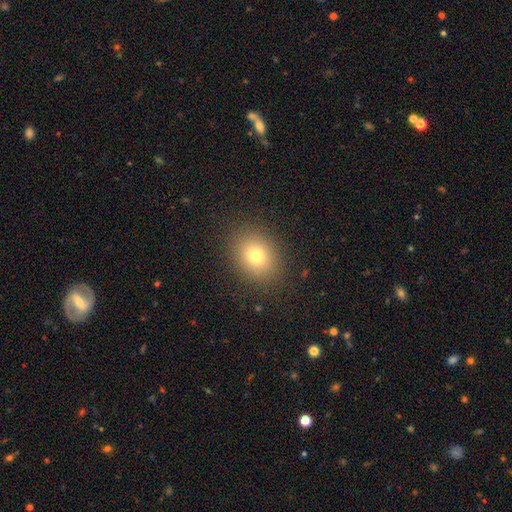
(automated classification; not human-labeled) smooth 77%, star or artifact 13%, featured or disk 10%. Down the decision tree: how rounded — round (53%); merging — none (87%).